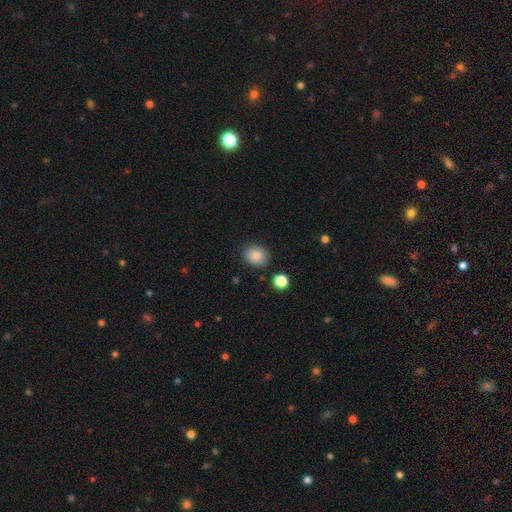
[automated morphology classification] smooth 86%, star or artifact 9%, featured or disk 5%. Down the decision tree: how rounded — round (60%); merging — none (84%).